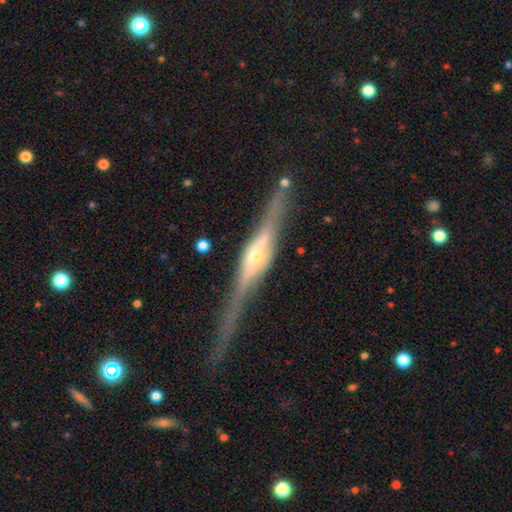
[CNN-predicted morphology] smooth-or-featured: featured or disk: 86% | smooth: 9% | star or artifact: 5%
  disk-edge-on: yes: 96% | no: 4%
    edge-on-bulge: rounded: 75% | boxy: 18% | none: 6%
  merging: none: 75% | minor disturbance: 16% | major disturbance: 6% | merger: 3%